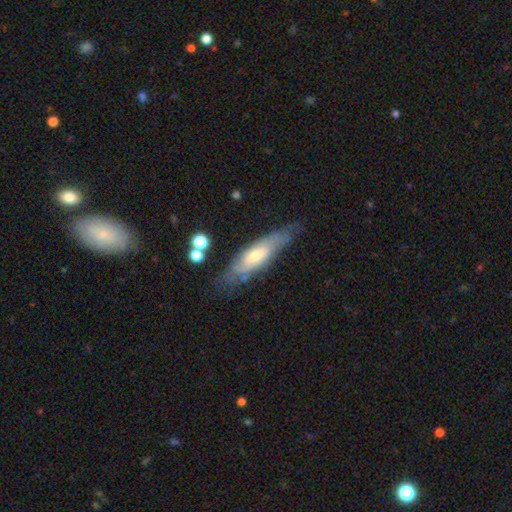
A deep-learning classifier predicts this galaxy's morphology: A featured or disk galaxy (56%). Merging: none (69%).